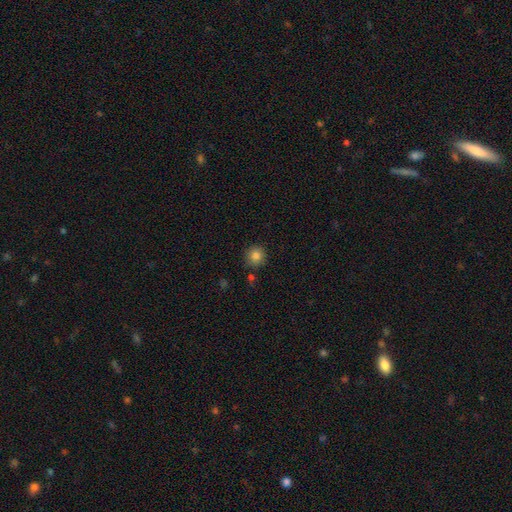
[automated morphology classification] Smooth or featured? Predicted: smooth (p=0.83). How rounded? Predicted: round (p=0.91). Merging? Predicted: none (p=0.85).